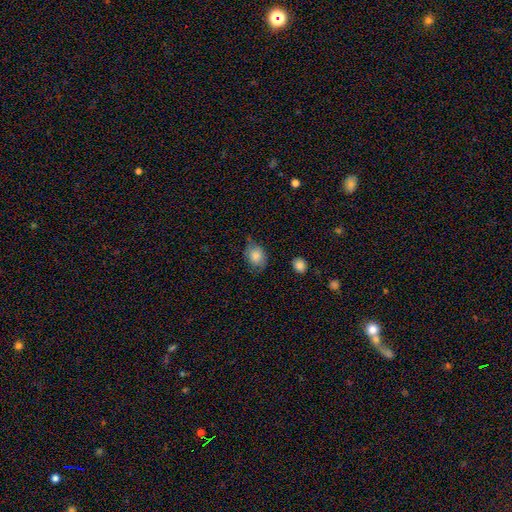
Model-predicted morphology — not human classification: The model was most divided on "how rounded": in between: 66%, round: 32%, cigar-shaped: 1%. More confident: smooth or featured — smooth (80%); merging — none (65%).